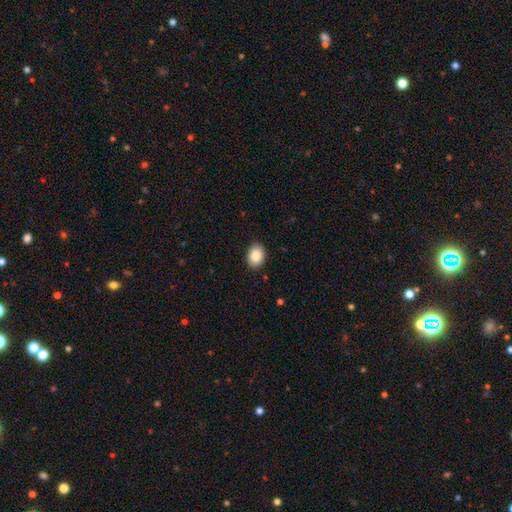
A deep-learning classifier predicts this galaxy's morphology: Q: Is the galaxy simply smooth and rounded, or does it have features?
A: smooth — 87%.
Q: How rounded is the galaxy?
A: in between — 71%.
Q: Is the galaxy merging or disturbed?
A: none — 89%.